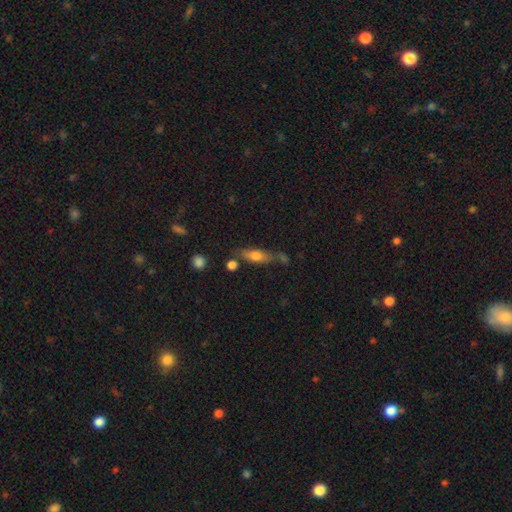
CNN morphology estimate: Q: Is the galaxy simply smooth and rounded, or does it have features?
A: smooth — 63%.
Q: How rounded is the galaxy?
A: in between — 50%.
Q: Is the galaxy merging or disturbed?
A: none — 60%.